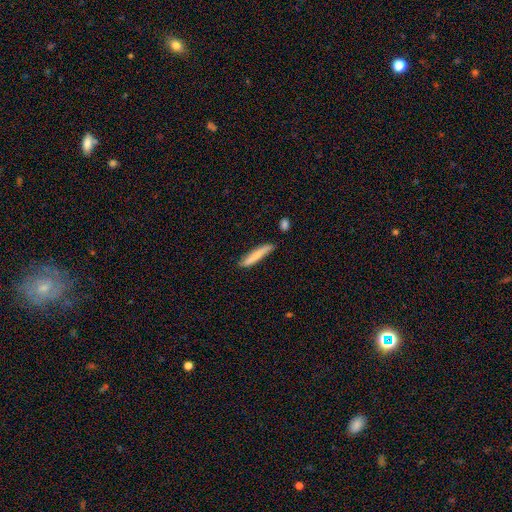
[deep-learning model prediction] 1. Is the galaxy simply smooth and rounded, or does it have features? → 73% smooth, 22% featured or disk, 6% star or artifact.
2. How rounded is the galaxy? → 90% cigar-shaped, 8% in between, 1% round.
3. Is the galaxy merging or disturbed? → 76% none, 18% minor disturbance, 4% merger, 3% major disturbance.